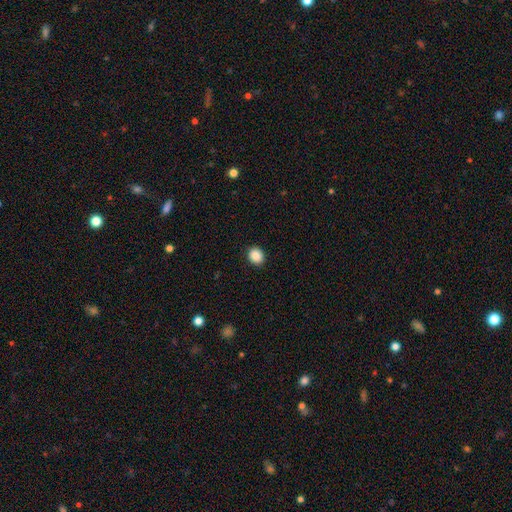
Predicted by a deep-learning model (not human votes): A smooth galaxy with no disk features (89%) that is round (65%).

Vote fractions:
- Smooth or featured? smooth: 89% / star or artifact: 9% / featured or disk: 3%
- How rounded? round: 65% / in between: 34% / cigar-shaped: 1%
- Merging? none: 91% / minor disturbance: 6% / major disturbance: 2% / merger: 1%